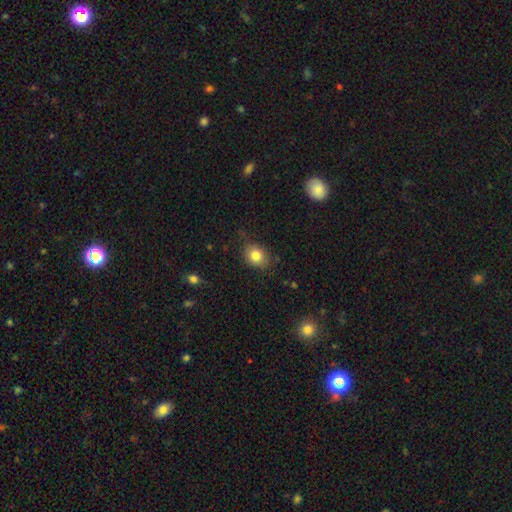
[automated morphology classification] Smooth or featured: smooth — 83% (star or artifact — 10%)
How rounded: round — 51% (in between — 48%)
Merging: none — 76% (minor disturbance — 19%)